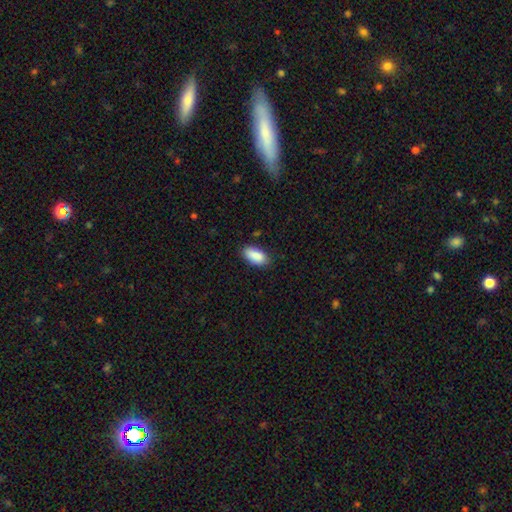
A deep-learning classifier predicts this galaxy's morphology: smooth-or-featured: smooth: 90% | star or artifact: 6% | featured or disk: 4%
  how-rounded: in between: 92% | cigar-shaped: 6% | round: 2%
  merging: none: 84% | minor disturbance: 13% | major disturbance: 2% | merger: 1%